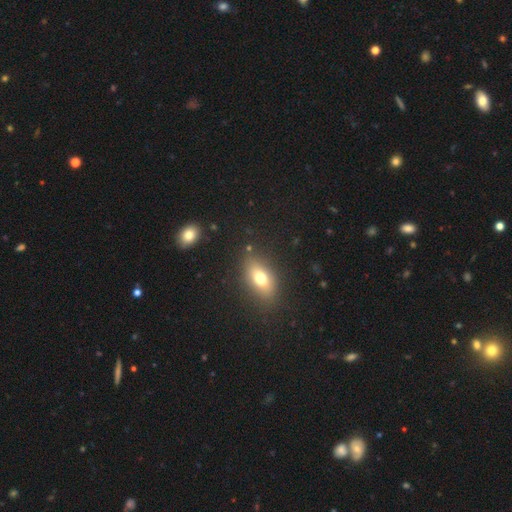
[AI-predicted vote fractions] Morphology: type=smooth (61%); roundness=in between (76%); merging=none (86%).